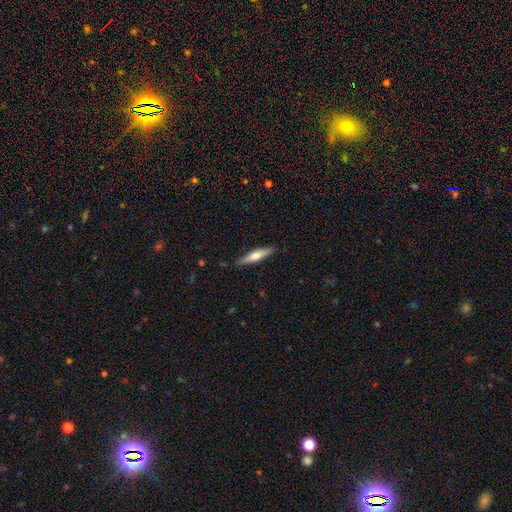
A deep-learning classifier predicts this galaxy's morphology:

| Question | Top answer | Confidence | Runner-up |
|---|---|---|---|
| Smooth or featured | smooth | 54% | featured or disk (40%) |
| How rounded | cigar-shaped | 86% | in between (13%) |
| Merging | none | 88% | minor disturbance (9%) |